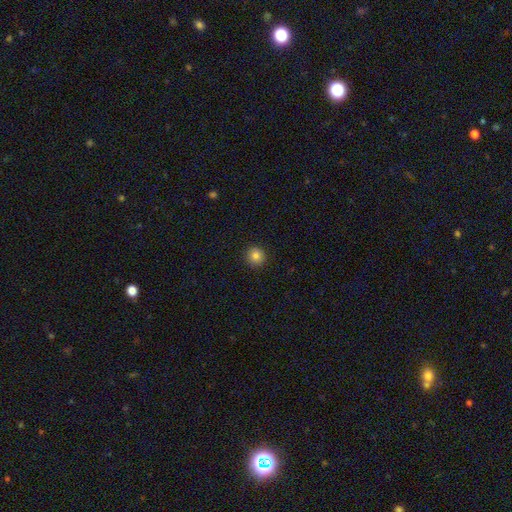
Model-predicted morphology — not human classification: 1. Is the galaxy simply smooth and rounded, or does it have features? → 84% smooth, 11% star or artifact, 6% featured or disk.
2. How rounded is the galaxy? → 95% round, 4% in between, 1% cigar-shaped.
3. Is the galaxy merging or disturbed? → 92% none, 5% minor disturbance, 2% major disturbance, 1% merger.